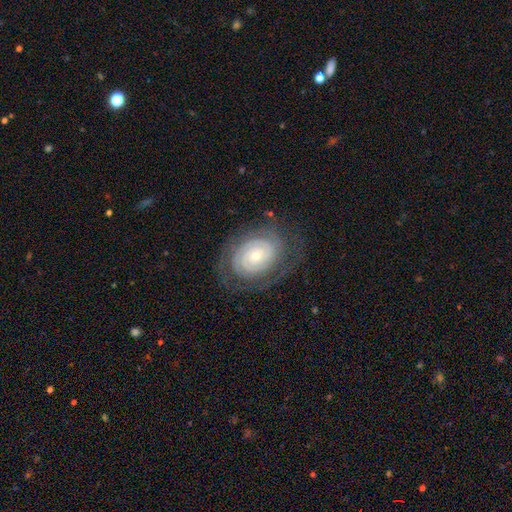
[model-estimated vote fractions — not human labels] This is clearly a featured or disk galaxy (83%). It is clearly not viewed edge-on (97%). Bar: likely no (76%). Spiral arm pattern: clearly yes (94%). Spiral arm count: marginally 2 (40%). Spiral winding: clearly tight (82%). Central bulge: likely small (71%). Merging: likely none (74%).